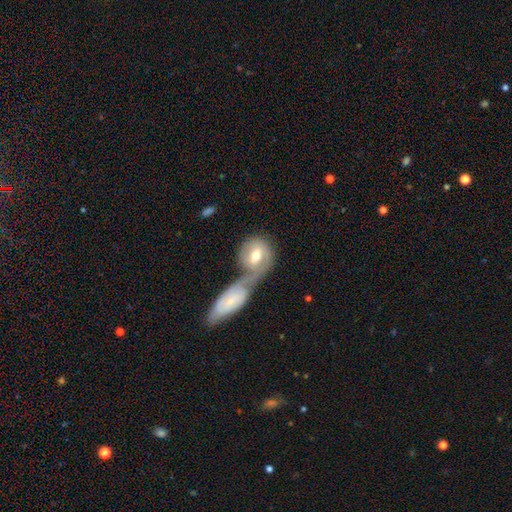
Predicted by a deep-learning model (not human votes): Smooth or featured: smooth — 57% (featured or disk — 38%)
How rounded: round — 65% (in between — 32%)
Merging: merger — 66% (none — 21%)